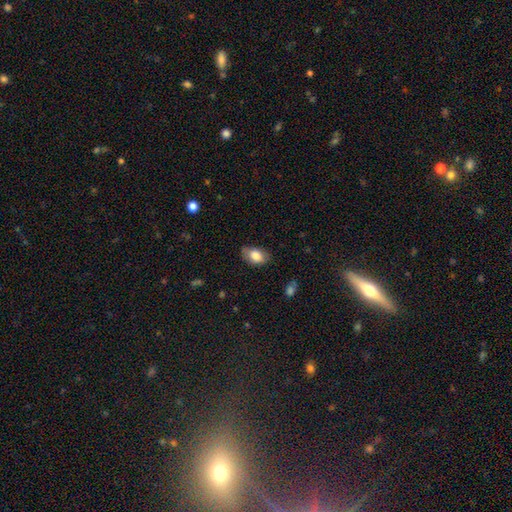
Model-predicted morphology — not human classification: smooth_or_featured: smooth (p=0.81) [alt: featured or disk p=0.11]
how_rounded: in between (p=0.89) [alt: round p=0.10]
merging: none (p=0.73) [alt: minor disturbance p=0.21]